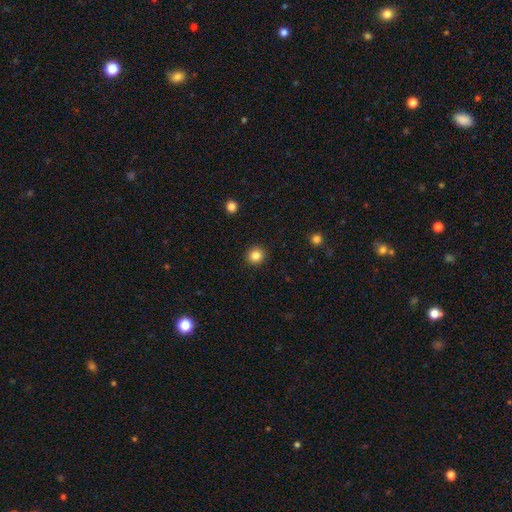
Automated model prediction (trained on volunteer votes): Smooth or featured? Predicted: smooth (p=0.85). How rounded? Predicted: round (p=0.92). Merging? Predicted: none (p=0.92).